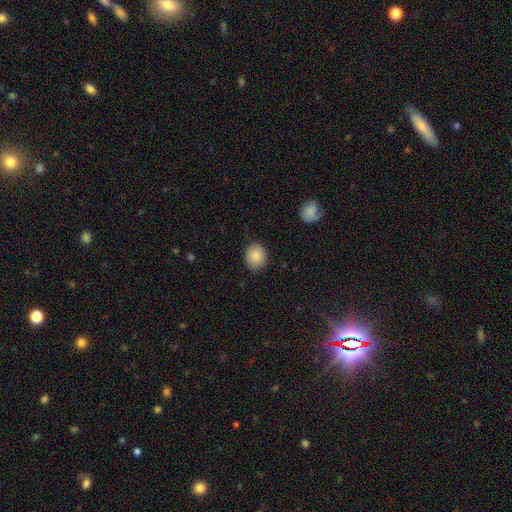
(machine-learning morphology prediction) A smooth galaxy with no disk features (87%) that is round (61%).

Vote fractions:
- Smooth or featured? smooth: 87% / star or artifact: 7% / featured or disk: 6%
- How rounded? round: 61% / in between: 38% / cigar-shaped: 1%
- Merging? none: 87% / minor disturbance: 9% / major disturbance: 2% / merger: 1%